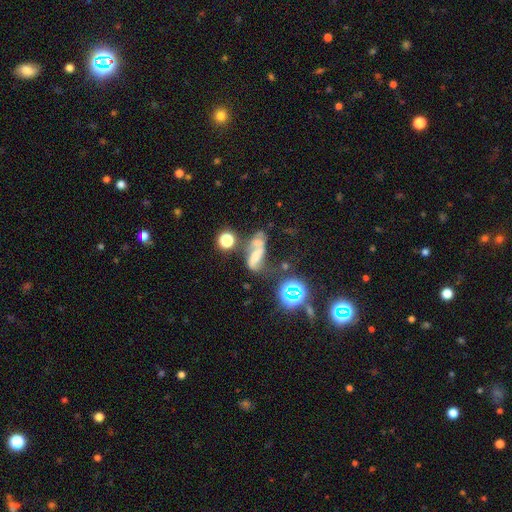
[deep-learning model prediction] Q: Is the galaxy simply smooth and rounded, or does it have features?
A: featured or disk — 54%.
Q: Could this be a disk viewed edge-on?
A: no — 89%.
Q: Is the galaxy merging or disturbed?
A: none — 37%.